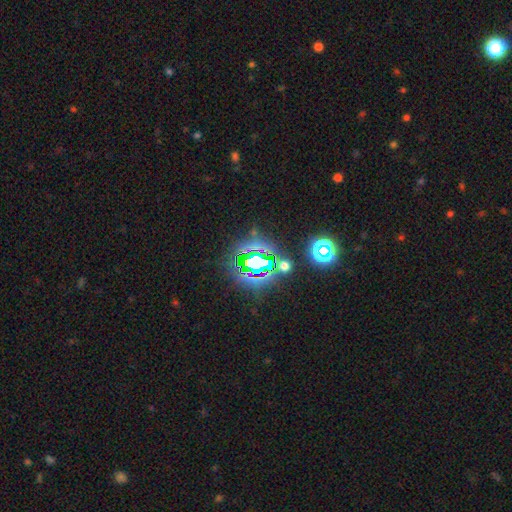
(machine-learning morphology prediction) This appears to be a star or artifact, not a galaxy (79%).